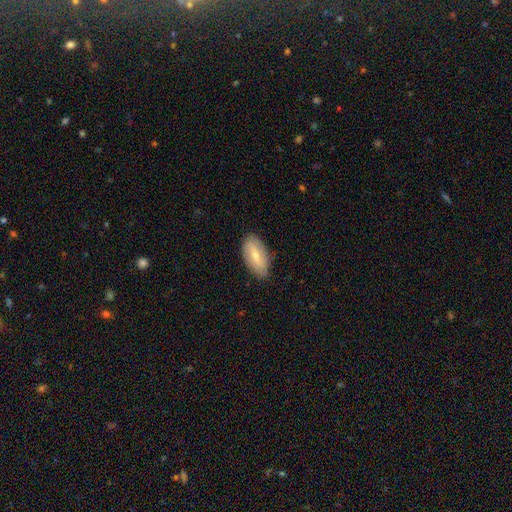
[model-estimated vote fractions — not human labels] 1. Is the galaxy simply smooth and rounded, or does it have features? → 56% smooth, 38% featured or disk, 6% star or artifact.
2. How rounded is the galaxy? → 90% in between, 7% cigar-shaped, 3% round.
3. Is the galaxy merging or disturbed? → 81% none, 15% minor disturbance, 3% major disturbance, 1% merger.